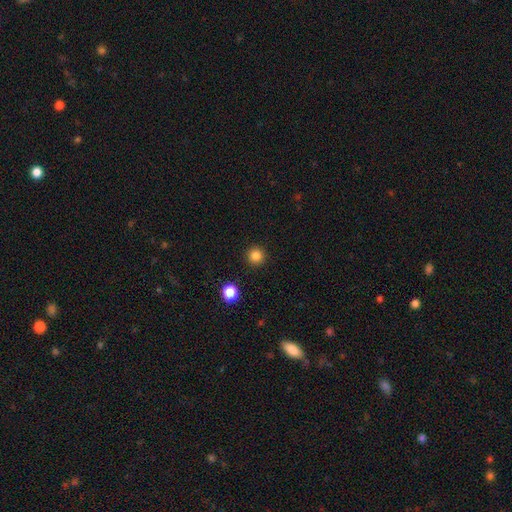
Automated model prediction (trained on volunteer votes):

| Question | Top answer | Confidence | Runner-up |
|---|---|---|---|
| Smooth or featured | smooth | 83% | star or artifact (12%) |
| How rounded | round | 96% | in between (3%) |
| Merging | none | 93% | minor disturbance (4%) |